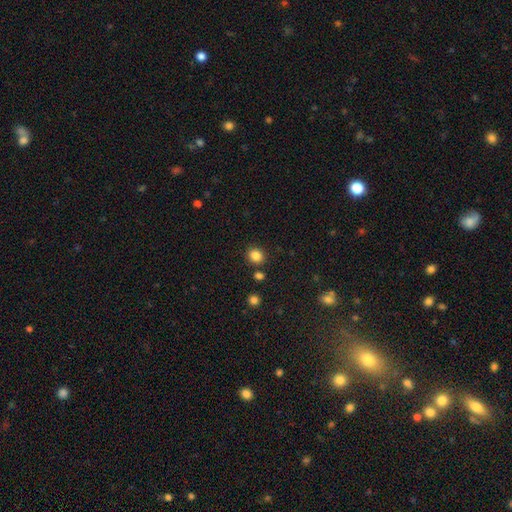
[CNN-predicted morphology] smooth-or-featured: smooth: 85% | star or artifact: 11% | featured or disk: 4%
  how-rounded: round: 78% | in between: 21% | cigar-shaped: 1%
  merging: none: 85% | minor disturbance: 8% | merger: 5% | major disturbance: 2%